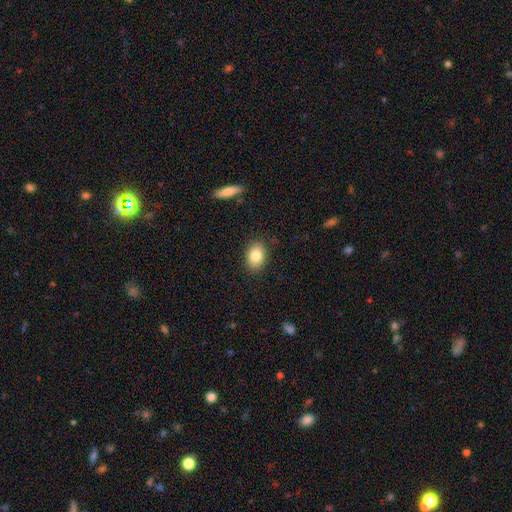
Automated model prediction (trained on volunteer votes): smooth 82%, featured or disk 9%, star or artifact 8%. Down the decision tree: how rounded — in between (74%); merging — none (87%).